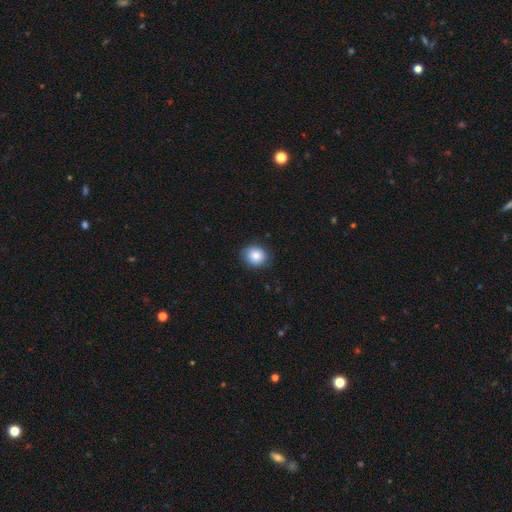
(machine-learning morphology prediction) A smooth galaxy with no disk features (84%) that is round (74%). Merging: none (81%).